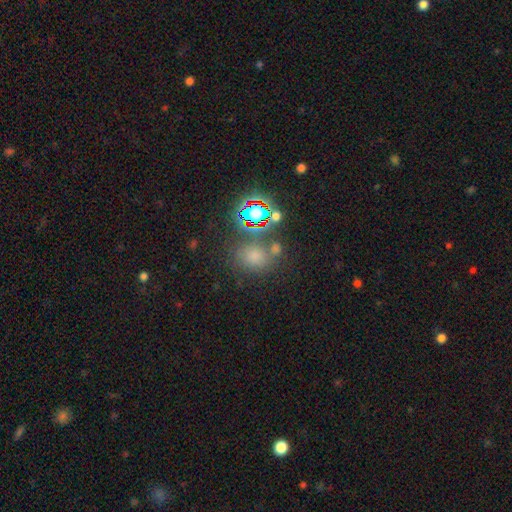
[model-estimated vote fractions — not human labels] Smooth or featured? Predicted: smooth (p=0.60). How rounded? Predicted: round (p=0.67). Merging? Predicted: none (p=0.66).